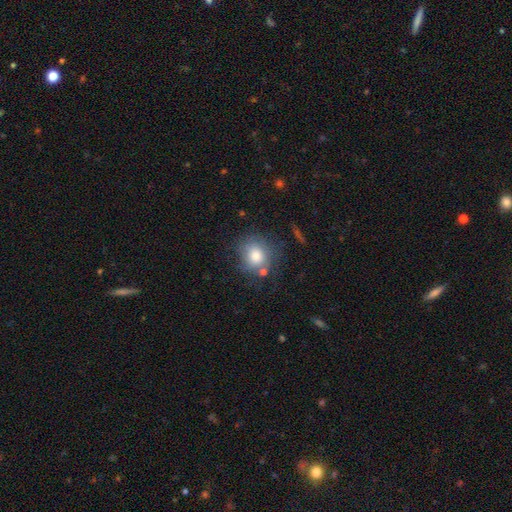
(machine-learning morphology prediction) Smooth or featured? Predicted: smooth (p=0.77). How rounded? Predicted: round (p=0.81). Merging? Predicted: none (p=0.66).